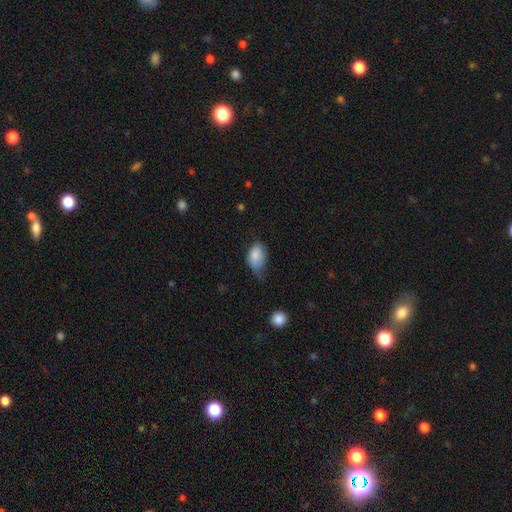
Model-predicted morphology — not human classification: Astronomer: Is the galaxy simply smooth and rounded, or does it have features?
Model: smooth — 86%.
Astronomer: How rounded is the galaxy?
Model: in between — 88%.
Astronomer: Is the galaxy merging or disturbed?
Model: minor disturbance — 45% (runner-up: none, 39%).